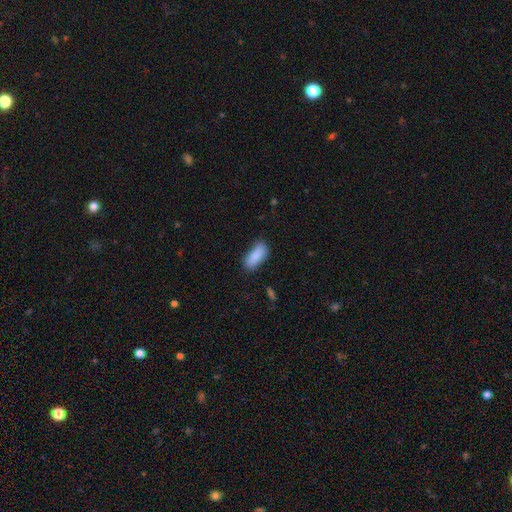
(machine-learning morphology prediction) type=smooth (89%); roundness=in between (80%); merging=none (77%).